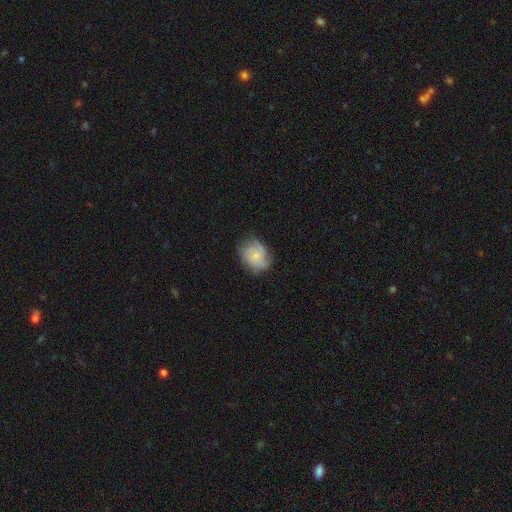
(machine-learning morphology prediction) type=featured or disk (50%); merging=none (70%).